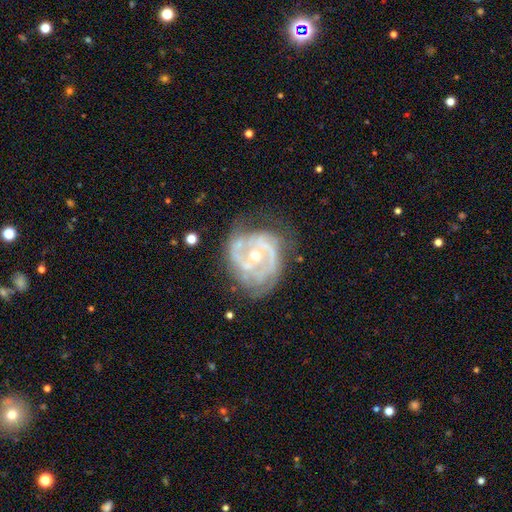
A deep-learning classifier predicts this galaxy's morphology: smooth_or_featured: featured or disk (p=0.87) [alt: smooth p=0.07]
disk_edge_on: no (p=0.98) [alt: yes p=0.02]
bar: no (p=0.63) [alt: weak p=0.27]
has_spiral_arms: yes (p=0.90) [alt: no p=0.10]
spiral_winding: tight (p=0.52) [alt: medium p=0.37]
spiral_arm_count: 2 (p=0.47) [alt: can't tell p=0.24]
bulge_size: moderate (p=0.52) [alt: small p=0.44]
merging: none (p=0.56) [alt: minor disturbance p=0.25]